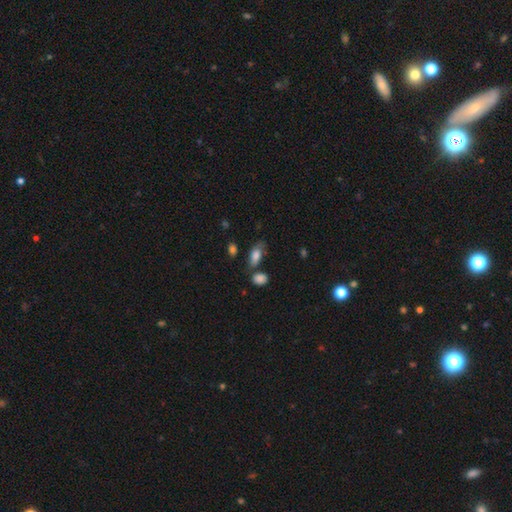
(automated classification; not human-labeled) This is likely a smooth galaxy (79%). How rounded: clearly in between (88%). Merging: possibly none (57%).